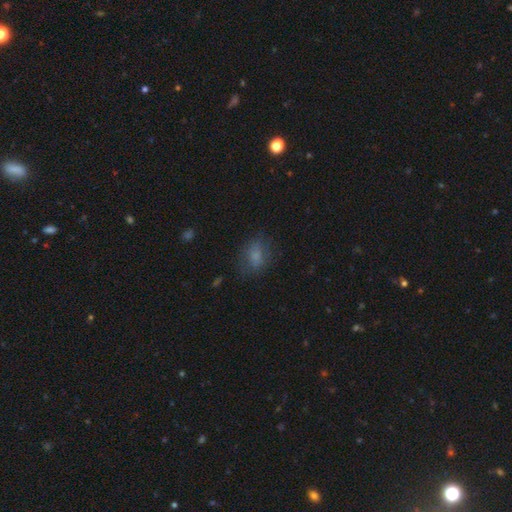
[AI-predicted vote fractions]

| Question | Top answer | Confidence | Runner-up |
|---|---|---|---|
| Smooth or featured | smooth | 73% | featured or disk (14%) |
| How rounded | in between | 68% | round (30%) |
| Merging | none | 67% | minor disturbance (21%) |